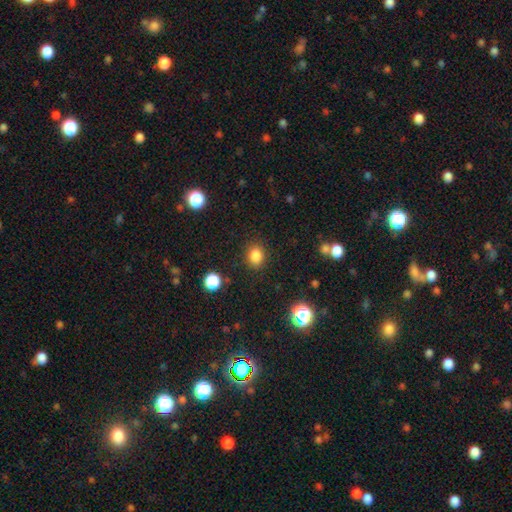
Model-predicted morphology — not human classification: Overall: smooth (83%). How rounded: round (57%; in between 42%). Merging: none (87%).